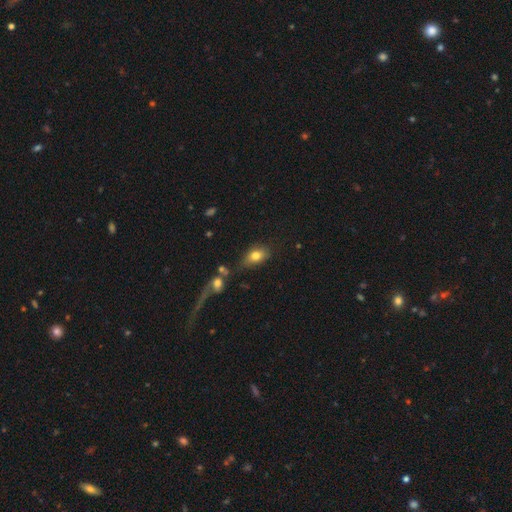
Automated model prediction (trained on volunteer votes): Smooth or featured? smooth (77%)
How rounded? in between (82%)
Merging? none (53%)